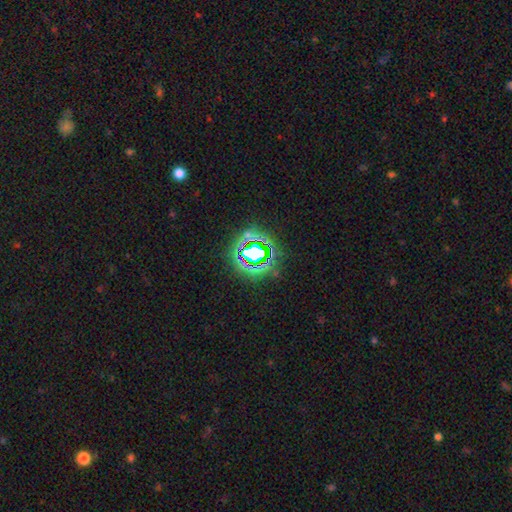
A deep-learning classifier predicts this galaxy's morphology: This is likely a star or artifact rather than a galaxy (66%).